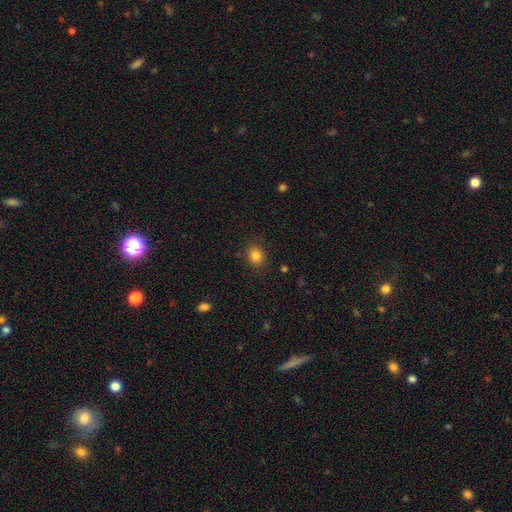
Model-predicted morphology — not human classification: smooth-or-featured: smooth: 83% | star or artifact: 12% | featured or disk: 5%
  how-rounded: round: 66% | in between: 34% | cigar-shaped: 1%
  merging: none: 87% | minor disturbance: 9% | major disturbance: 3% | merger: 1%